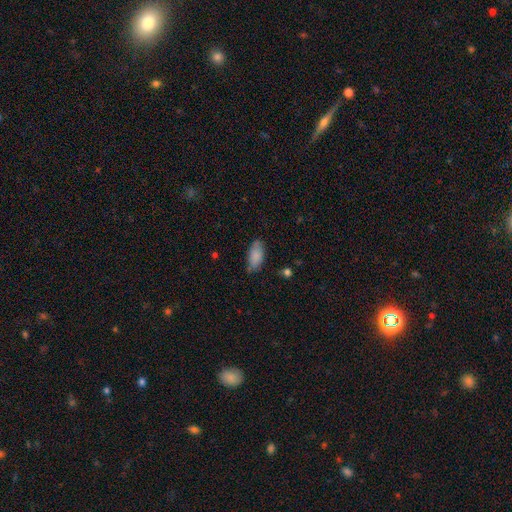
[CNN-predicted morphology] Smooth or featured?
  - smooth: 86% *
  - featured or disk: 8%
  - star or artifact: 7%
How rounded?
  - in between: 91% *
  - cigar-shaped: 7%
  - round: 2%
Merging?
  - none: 73% *
  - minor disturbance: 20%
  - major disturbance: 4%
  - merger: 2%